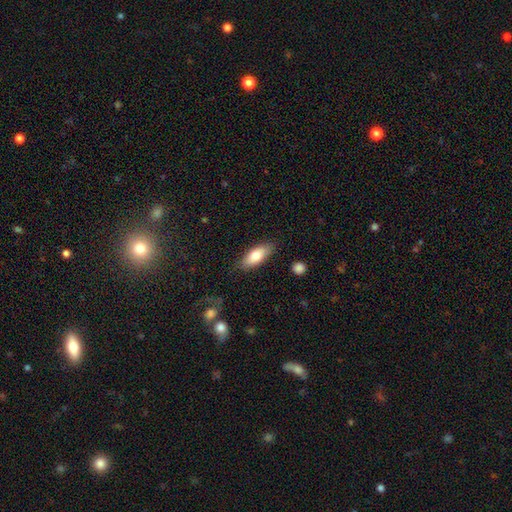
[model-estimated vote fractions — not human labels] This is likely a smooth galaxy (76%). How rounded: likely in between (78%). Merging: clearly none (83%).